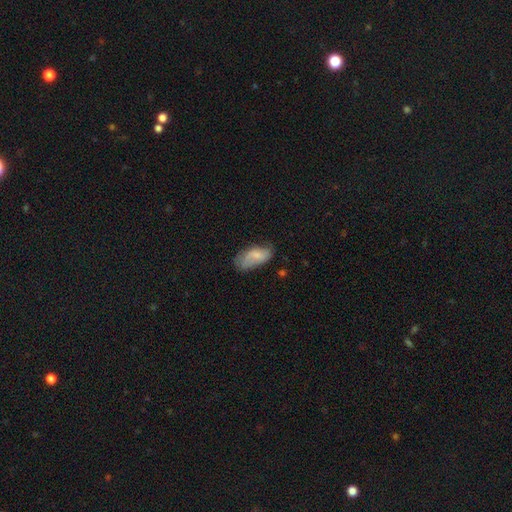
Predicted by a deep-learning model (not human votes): A smooth galaxy with no disk features (65%) that is in between round and cigar-shaped (92%).

Vote fractions:
- Smooth or featured? smooth: 65% / featured or disk: 27% / star or artifact: 7%
- How rounded? in between: 92% / cigar-shaped: 5% / round: 3%
- Merging? none: 46% / minor disturbance: 35% / major disturbance: 17% / merger: 3%